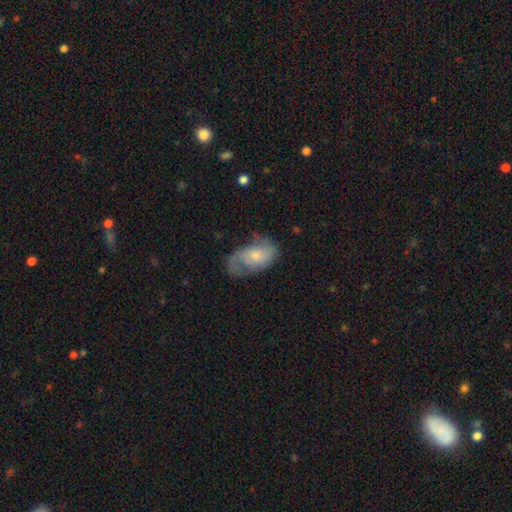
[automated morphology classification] smooth-or-featured: featured or disk: 57% | smooth: 36% | star or artifact: 7%
  disk-edge-on: no: 95% | yes: 5%
    bar: no: 70% | weak: 26% | strong: 4%
    has-spiral-arms: yes: 84% | no: 16%
    bulge-size: moderate: 48% | small: 34% | large: 9% | none: 7% | dominant: 2%
  merging: none: 50% | minor disturbance: 29% | major disturbance: 20% | merger: 2%